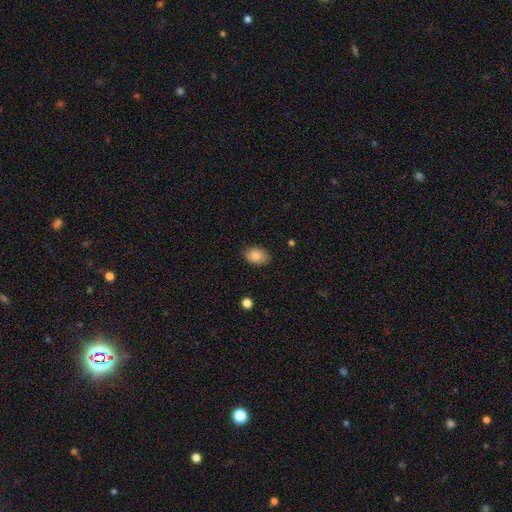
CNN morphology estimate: Q: Smooth or featured?
A: smooth (86%); runner-up: star or artifact (8%)
Q: How rounded?
A: in between (81%); runner-up: round (18%)
Q: Merging?
A: none (84%); runner-up: minor disturbance (12%)